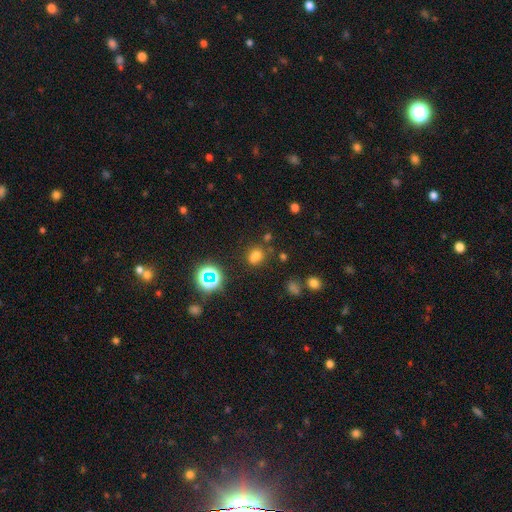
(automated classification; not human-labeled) The model was most divided on "how rounded": round: 60%, in between: 39%, cigar-shaped: 1%. More confident: smooth or featured — smooth (65%); merging — none (65%).